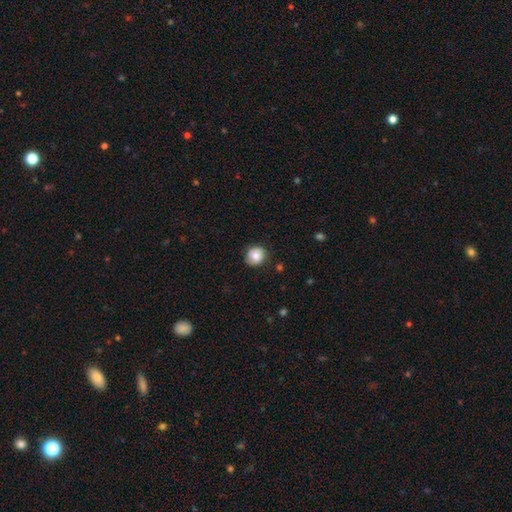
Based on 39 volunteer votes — Smooth or featured? smooth (92%)
How rounded? round (86%)
Merging? none (87%)